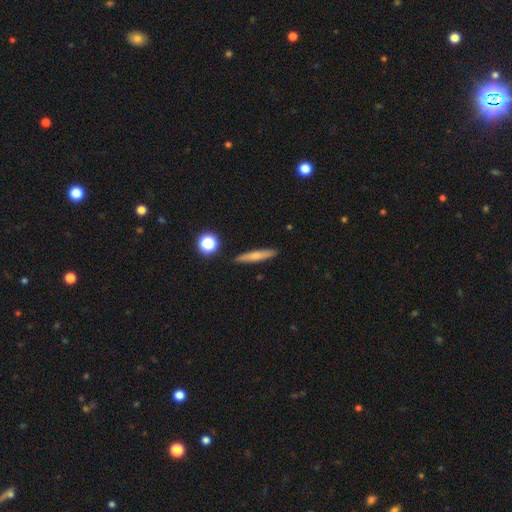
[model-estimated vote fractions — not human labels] Smooth or featured? Predicted: smooth (p=0.62). How rounded? Predicted: cigar-shaped (p=0.89). Merging? Predicted: none (p=0.89).